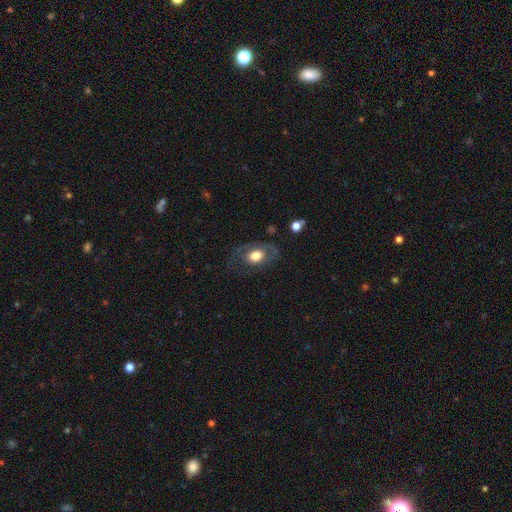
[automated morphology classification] Smooth or featured: smooth — 49% (featured or disk — 44%)
Merging: none — 61% (minor disturbance — 20%)